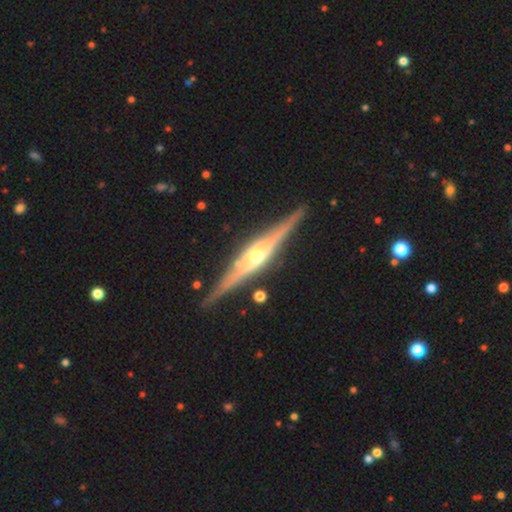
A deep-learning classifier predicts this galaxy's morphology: Overall: featured or disk (86%). Edge-on disk: yes (98%). Edge-on bulge: rounded (84%). Merging: none (87%).